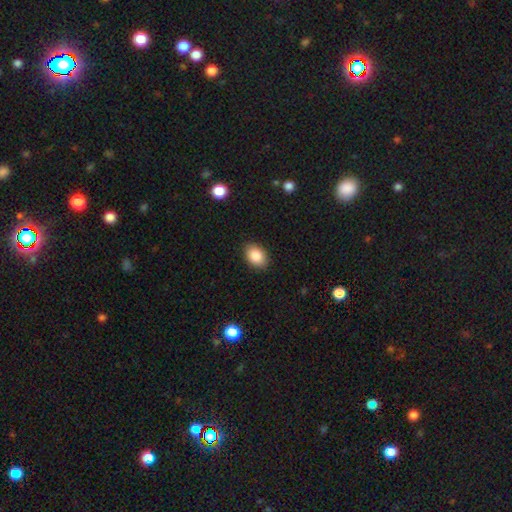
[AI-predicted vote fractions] This appears to be a smooth galaxy with no disk features (87%) that is in between round and cigar-shaped (82%). Merging: none (88%).